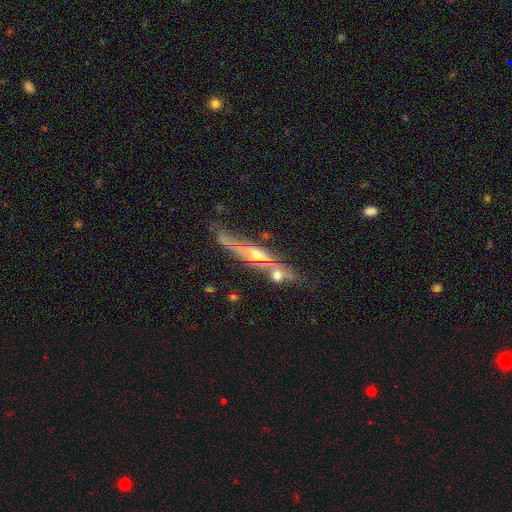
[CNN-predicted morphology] A featured or disk galaxy (59%) viewed edge-on (67%).

Vote fractions:
- Smooth or featured? featured or disk: 59% / smooth: 26% / star or artifact: 15%
- Edge-on disk? yes: 67% / no: 33%
- Merging? none: 48% / merger: 21% / minor disturbance: 18% / major disturbance: 13%